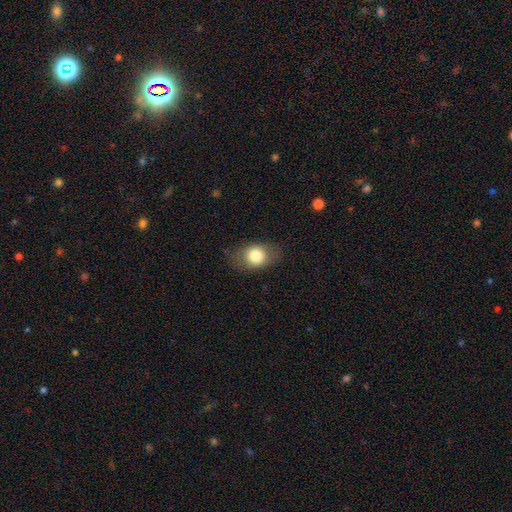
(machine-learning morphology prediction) The model was most divided on "how rounded": in between: 62%, round: 37%, cigar-shaped: 1%. More confident: merging — none (79%); smooth or featured — smooth (78%).